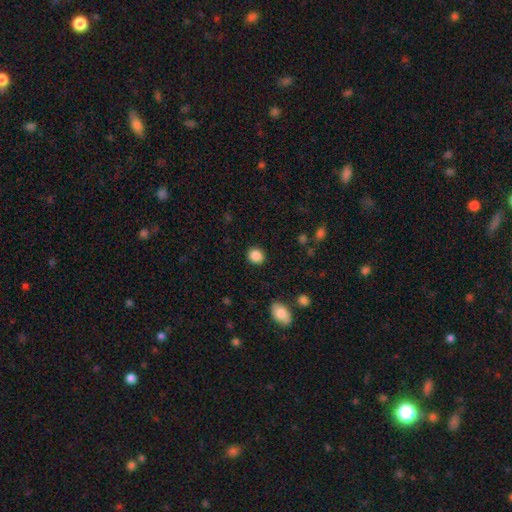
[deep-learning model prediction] This is clearly a smooth galaxy (87%). How rounded: likely round (76%). Merging: clearly none (89%).